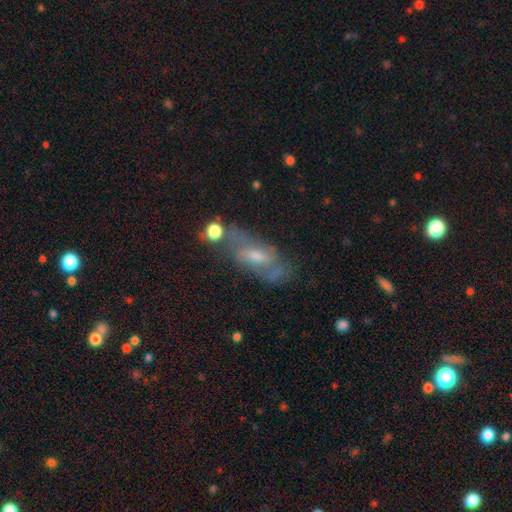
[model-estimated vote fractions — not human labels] Smooth or featured? Predicted: featured or disk (p=0.57). Edge-on disk? Predicted: no (p=0.84). Merging? Predicted: none (p=0.47).